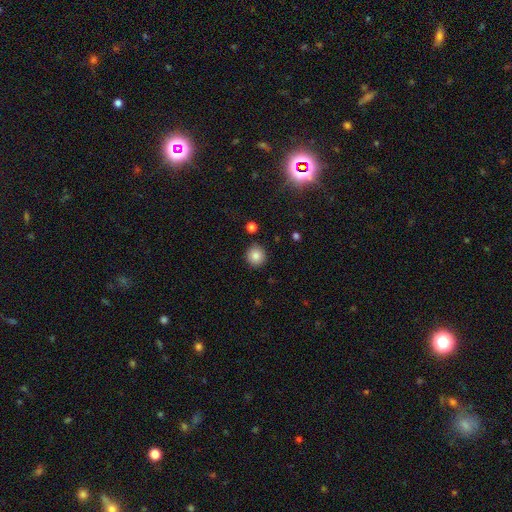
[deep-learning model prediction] smooth_or_featured: smooth (p=0.85) [alt: star or artifact p=0.10]
how_rounded: round (p=0.94) [alt: in between p=0.05]
merging: none (p=0.90) [alt: minor disturbance p=0.06]